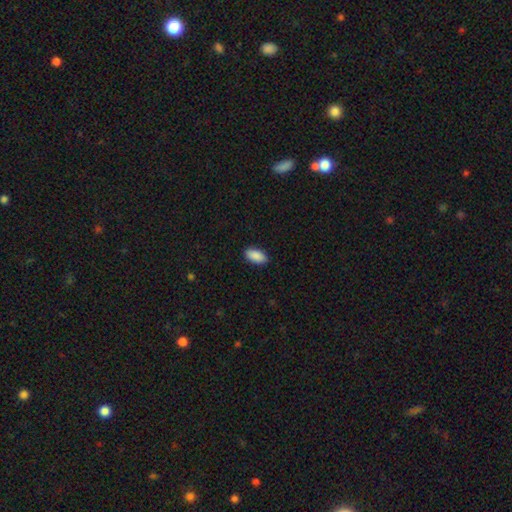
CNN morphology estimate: A smooth galaxy with no disk features (90%) that is in between round and cigar-shaped (94%).

Vote fractions:
- Smooth or featured? smooth: 90% / star or artifact: 6% / featured or disk: 3%
- How rounded? in between: 94% / cigar-shaped: 3% / round: 2%
- Merging? none: 89% / minor disturbance: 8% / major disturbance: 2% / merger: 1%